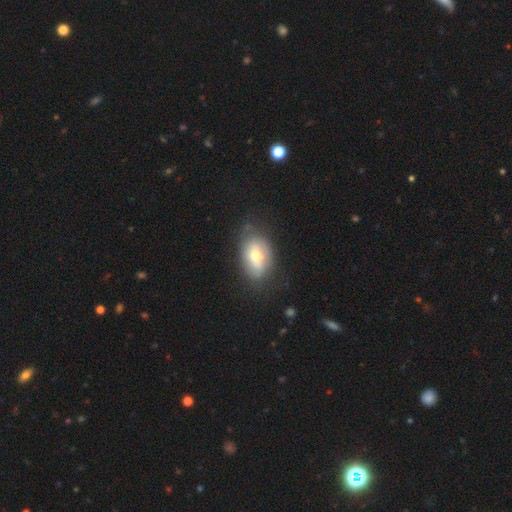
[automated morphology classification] Q: Smooth or featured?
A: smooth (53%); runner-up: featured or disk (39%)
Q: How rounded?
A: in between (87%); runner-up: round (10%)
Q: Merging?
A: none (64%); runner-up: minor disturbance (26%)